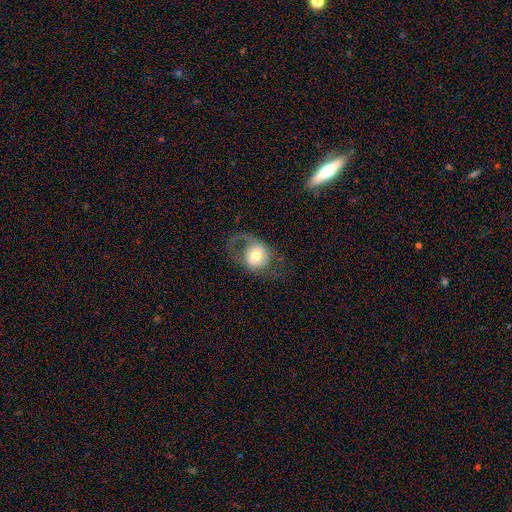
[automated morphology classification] A featured or disk galaxy (49%).

Vote fractions:
- Smooth or featured? featured or disk: 49% / smooth: 43% / star or artifact: 8%
- Merging? none: 49% / major disturbance: 31% / minor disturbance: 19% / merger: 2%